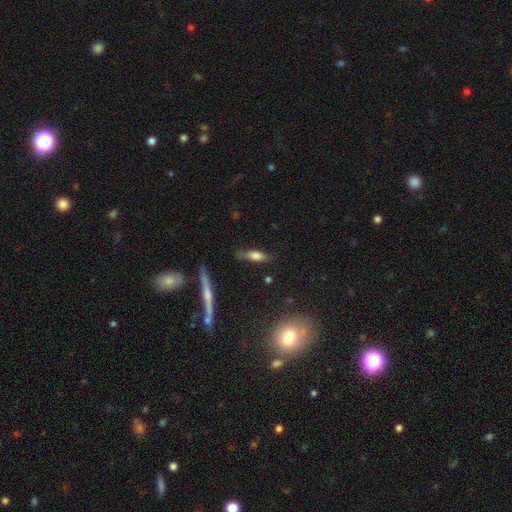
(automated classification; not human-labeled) Overall: smooth (67%). How rounded: in between (53%; cigar-shaped 44%). Merging: none (68%).